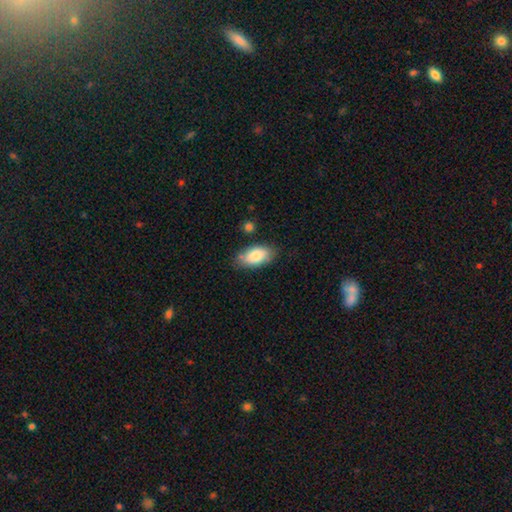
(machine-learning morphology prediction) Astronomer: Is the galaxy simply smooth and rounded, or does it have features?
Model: smooth — 82%.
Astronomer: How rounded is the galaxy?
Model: in between — 92%.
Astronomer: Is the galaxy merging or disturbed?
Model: none — 75%.